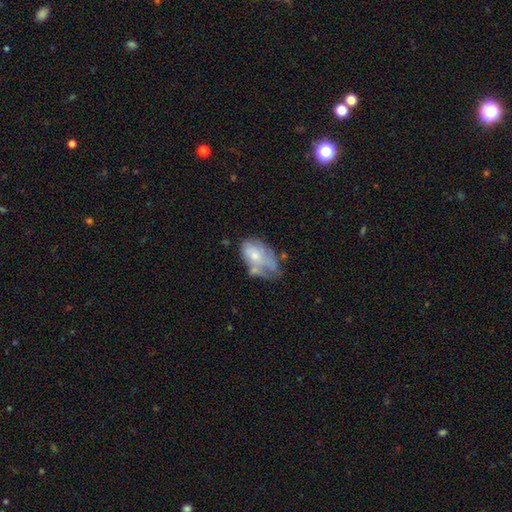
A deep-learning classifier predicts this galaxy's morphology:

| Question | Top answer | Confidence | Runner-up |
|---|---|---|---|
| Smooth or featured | featured or disk | 46% | tied: smooth (46%) |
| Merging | minor disturbance | 31% | none (28%) |